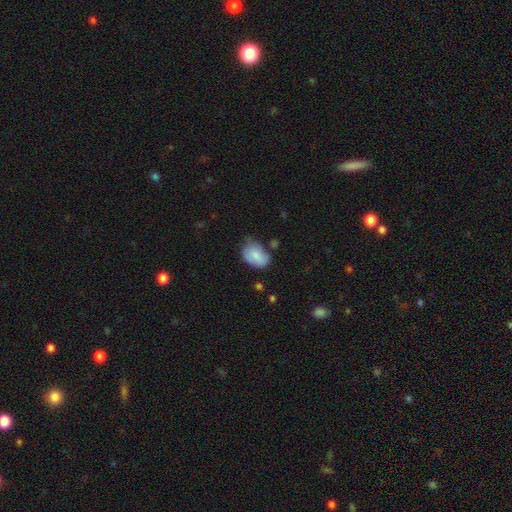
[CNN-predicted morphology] type=smooth (81%); roundness=in between (81%); merging=none (47%).